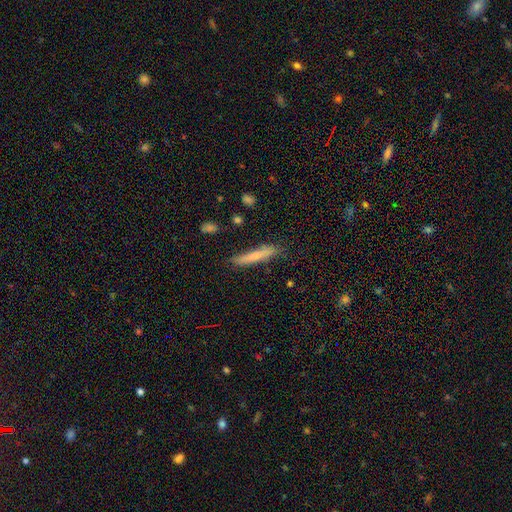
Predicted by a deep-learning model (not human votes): Smooth or featured: smooth — 71% (featured or disk — 22%)
How rounded: cigar-shaped — 93% (in between — 6%)
Merging: none — 82% (minor disturbance — 14%)